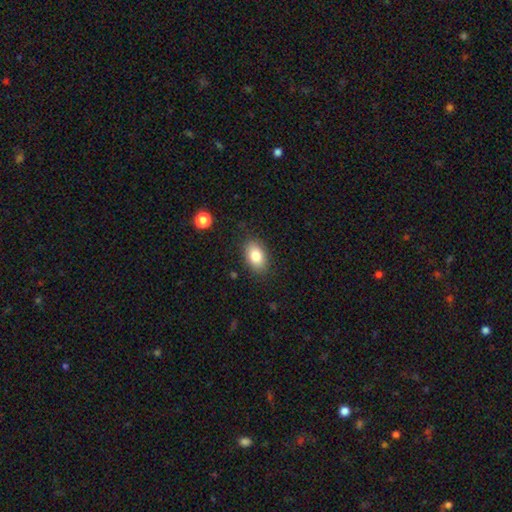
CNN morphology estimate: type=smooth (82%); roundness=in between (87%); merging=none (85%).